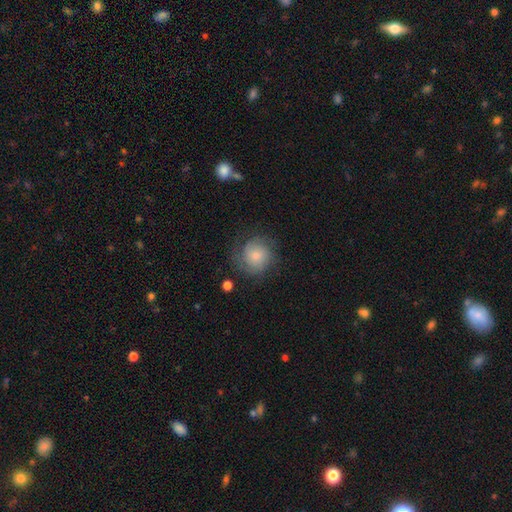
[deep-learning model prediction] smooth-or-featured: smooth: 55% | featured or disk: 37% | star or artifact: 8%
  how-rounded: round: 89% | in between: 10% | cigar-shaped: 1%
  merging: none: 68% | minor disturbance: 19% | major disturbance: 11% | merger: 2%